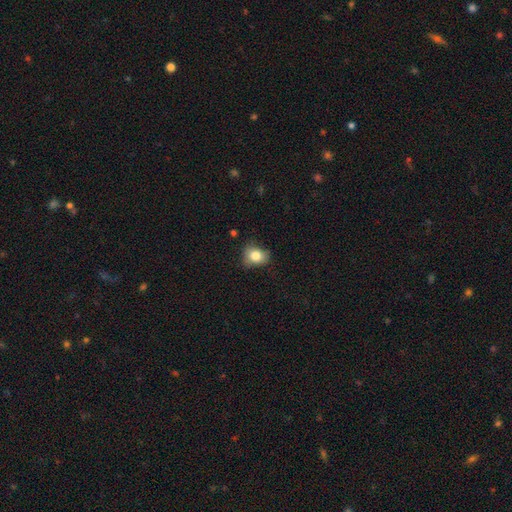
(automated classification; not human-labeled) Overall: smooth (79%). How rounded: round (53%; in between 46%). Merging: none (64%; minor disturbance 28%).